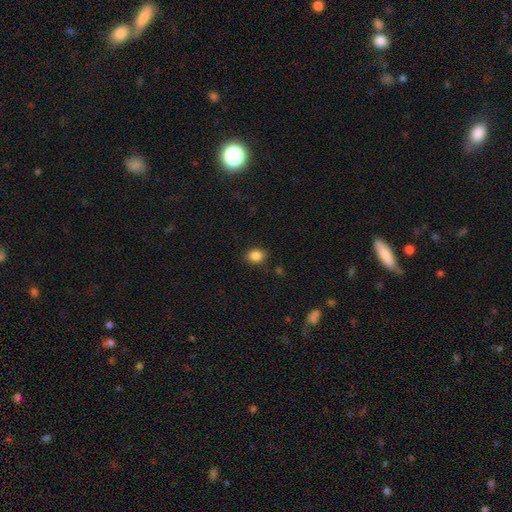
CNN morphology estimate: Overall: smooth (86%). How rounded: round (52%; in between 47%). Merging: none (86%).